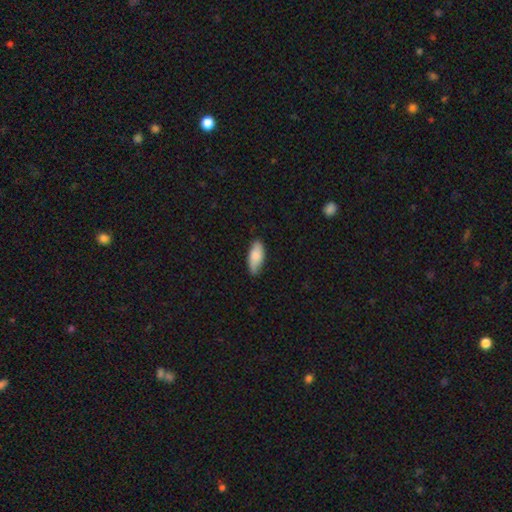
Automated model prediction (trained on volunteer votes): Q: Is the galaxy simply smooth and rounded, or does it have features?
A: smooth — 81%.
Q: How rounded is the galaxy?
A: in between — 83%.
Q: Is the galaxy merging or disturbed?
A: none — 78%.